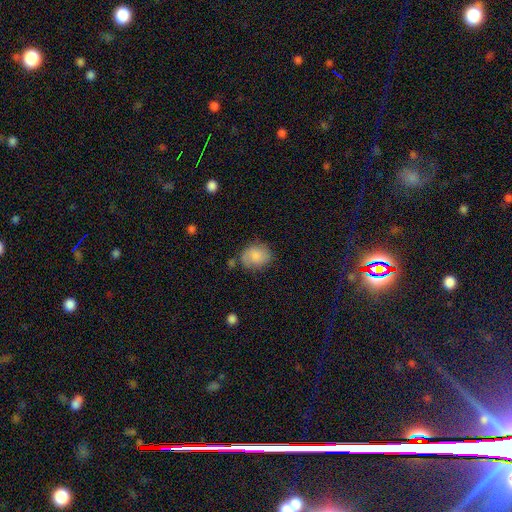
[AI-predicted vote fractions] Morphology: type=smooth (72%); roundness=round (56%); merging=none (65%).